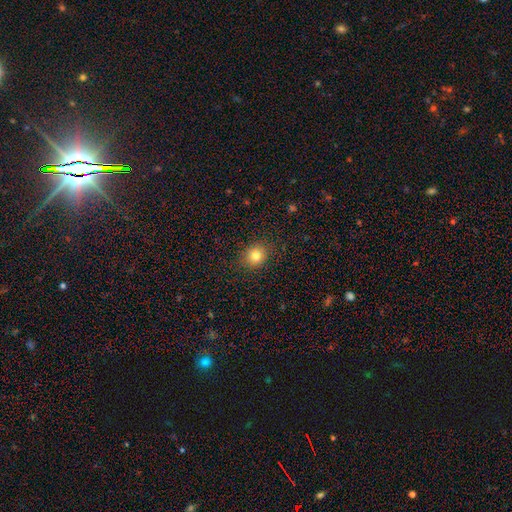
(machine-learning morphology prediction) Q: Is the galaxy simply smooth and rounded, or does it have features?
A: smooth — 81%.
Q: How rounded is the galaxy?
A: round — 76%.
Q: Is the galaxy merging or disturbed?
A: none — 89%.